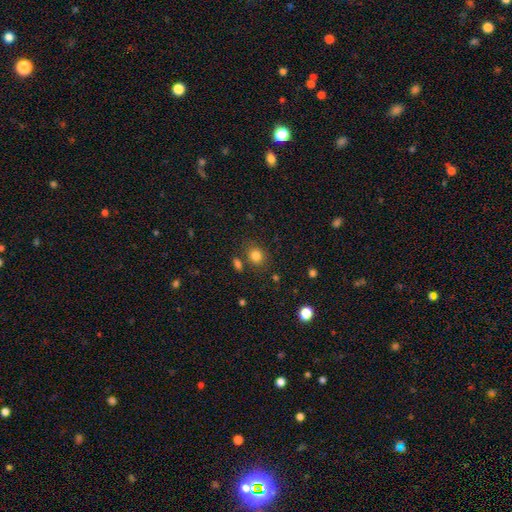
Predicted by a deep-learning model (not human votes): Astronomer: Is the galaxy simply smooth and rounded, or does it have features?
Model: smooth — 81%.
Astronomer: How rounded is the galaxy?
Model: round — 64%.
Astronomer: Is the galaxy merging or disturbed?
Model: none — 75%.